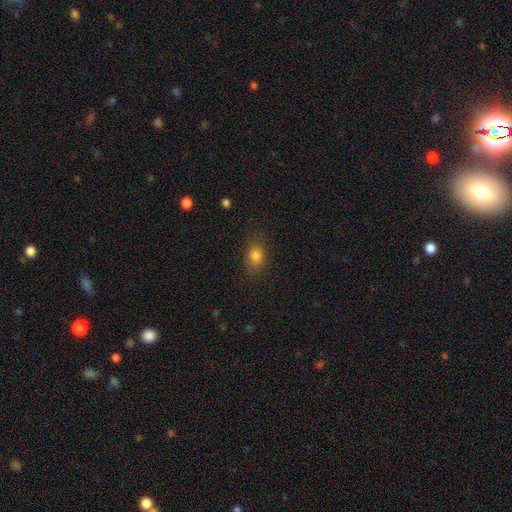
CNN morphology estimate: This is likely a smooth galaxy (79%). How rounded: likely in between (67%). Merging: clearly none (84%).